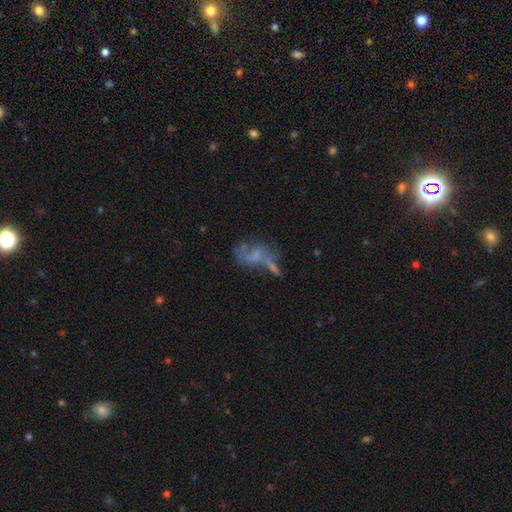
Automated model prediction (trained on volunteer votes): Smooth or featured? featured or disk (53%)
Edge-on disk? no (94%)
Merging? merger (31%)